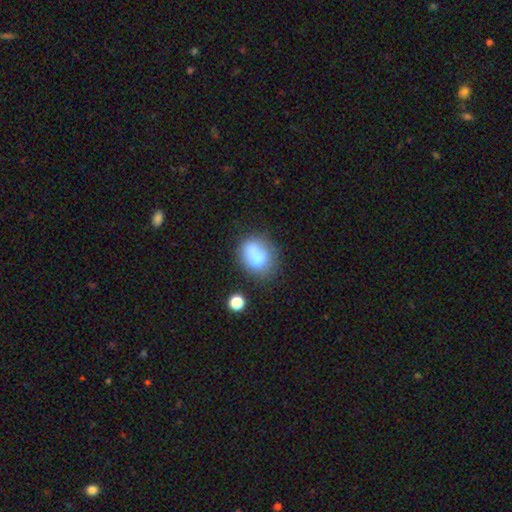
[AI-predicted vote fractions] Q: Smooth or featured?
A: smooth (75%); runner-up: featured or disk (14%)
Q: How rounded?
A: in between (58%); runner-up: round (41%)
Q: Merging?
A: none (50%); runner-up: minor disturbance (24%)